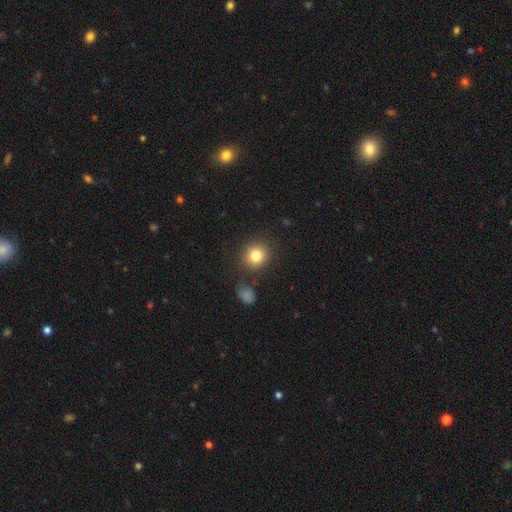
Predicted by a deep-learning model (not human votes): Smooth or featured?
  - smooth: 82% *
  - star or artifact: 11%
  - featured or disk: 7%
How rounded?
  - round: 85% *
  - in between: 14%
  - cigar-shaped: 1%
Merging?
  - none: 83% *
  - minor disturbance: 9%
  - merger: 4%
  - major disturbance: 3%